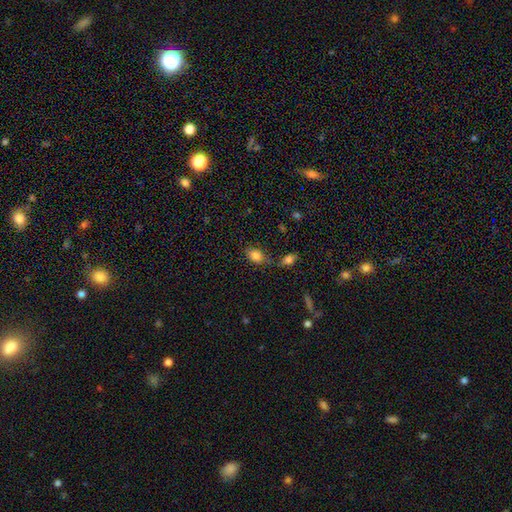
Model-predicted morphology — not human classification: Smooth or featured? smooth (83%)
How rounded? in between (77%)
Merging? none (60%)